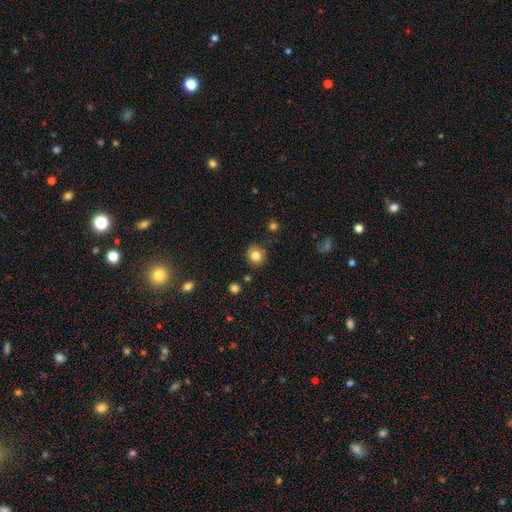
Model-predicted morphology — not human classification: A smooth galaxy with no disk features (81%) that is round (86%).

Vote fractions:
- Smooth or featured? smooth: 81% / star or artifact: 11% / featured or disk: 8%
- How rounded? round: 86% / in between: 13% / cigar-shaped: 1%
- Merging? none: 84% / minor disturbance: 11% / major disturbance: 3% / merger: 2%